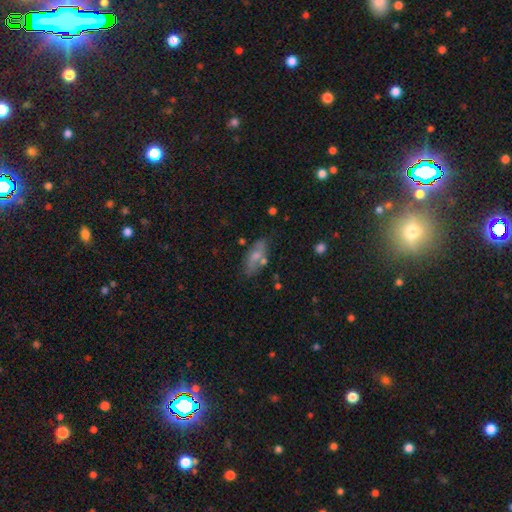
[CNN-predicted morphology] Smooth or featured?
  - smooth: 54% *
  - featured or disk: 36%
  - star or artifact: 10%
How rounded?
  - in between: 78% *
  - cigar-shaped: 16%
  - round: 5%
Merging?
  - none: 60% *
  - minor disturbance: 20%
  - merger: 12%
  - major disturbance: 8%